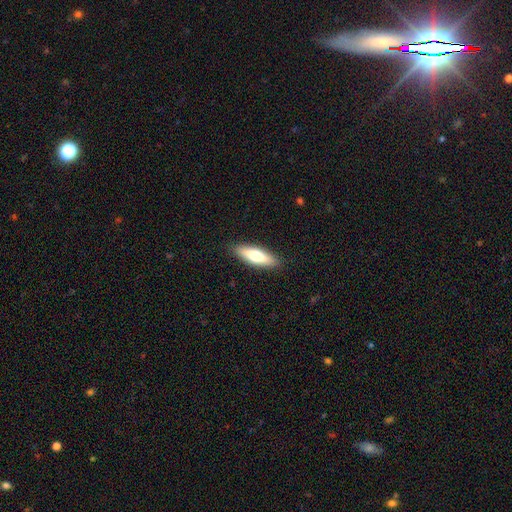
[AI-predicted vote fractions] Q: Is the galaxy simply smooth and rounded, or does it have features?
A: smooth — 68%.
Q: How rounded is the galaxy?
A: cigar-shaped — 50%.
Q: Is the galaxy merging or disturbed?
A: none — 89%.